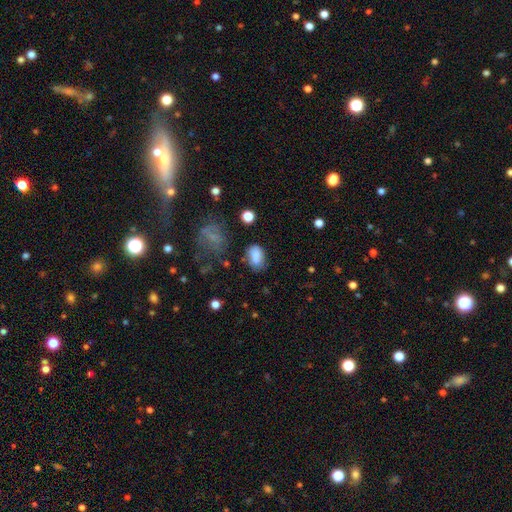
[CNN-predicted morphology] Smooth or featured?
  - smooth: 83% *
  - star or artifact: 10%
  - featured or disk: 7%
How rounded?
  - in between: 86% *
  - round: 13%
  - cigar-shaped: 2%
Merging?
  - none: 66% *
  - minor disturbance: 21%
  - major disturbance: 7%
  - merger: 5%